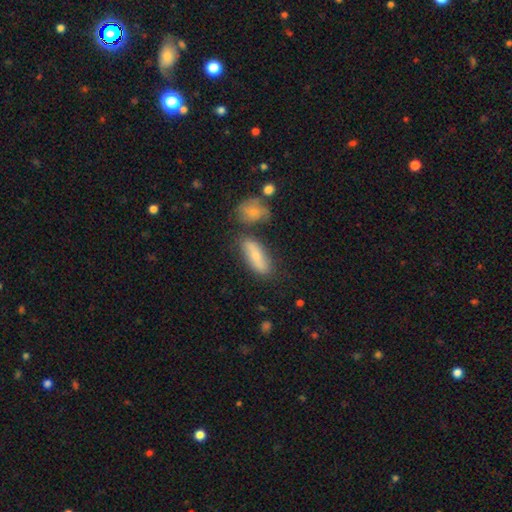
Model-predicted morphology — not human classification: smooth-or-featured: smooth: 66% | featured or disk: 27% | star or artifact: 7%
  how-rounded: in between: 61% | cigar-shaped: 36% | round: 3%
  merging: none: 65% | merger: 16% | minor disturbance: 15% | major disturbance: 5%